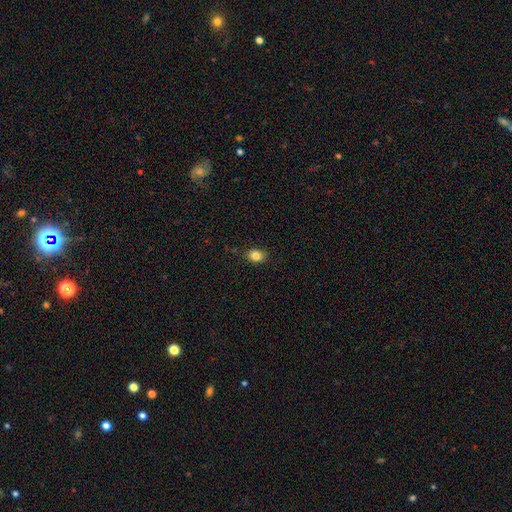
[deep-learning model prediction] Q: Smooth or featured?
A: smooth (84%); runner-up: star or artifact (10%)
Q: How rounded?
A: in between (65%); runner-up: round (34%)
Q: Merging?
A: none (86%); runner-up: minor disturbance (10%)